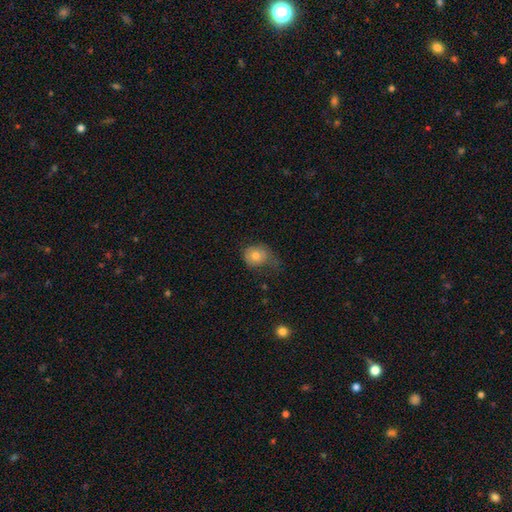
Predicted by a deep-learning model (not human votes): A smooth galaxy with no disk features (75%) that is round (67%).

Vote fractions:
- Smooth or featured? smooth: 75% / featured or disk: 16% / star or artifact: 9%
- How rounded? round: 67% / in between: 32% / cigar-shaped: 1%
- Merging? none: 40% / minor disturbance: 33% / major disturbance: 24% / merger: 3%